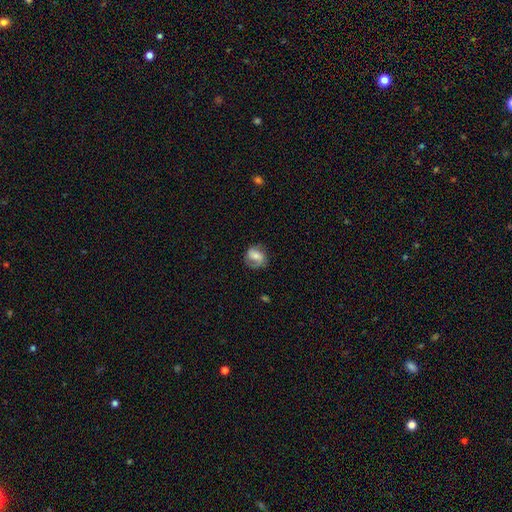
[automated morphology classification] This is possibly a featured or disk galaxy (48%). Merging: likely none (62%).